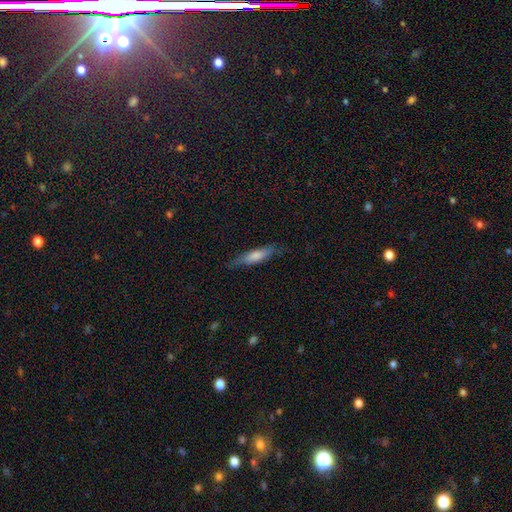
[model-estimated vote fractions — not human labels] Smooth or featured? smooth (73%)
How rounded? cigar-shaped (70%)
Merging? none (75%)